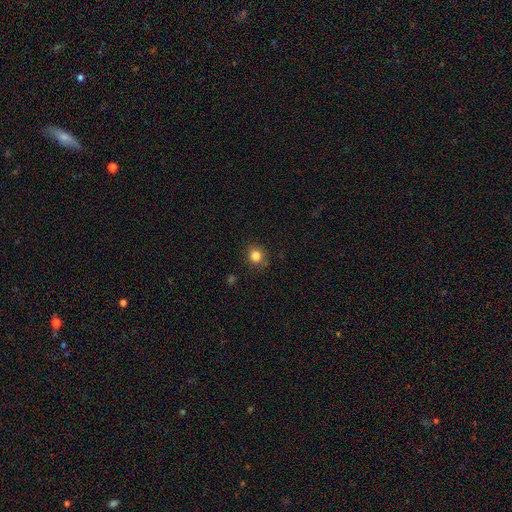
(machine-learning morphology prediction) The model was most divided on "smooth or featured": smooth: 84%, star or artifact: 12%, featured or disk: 5%. More confident: how rounded — round (86%); merging — none (84%).